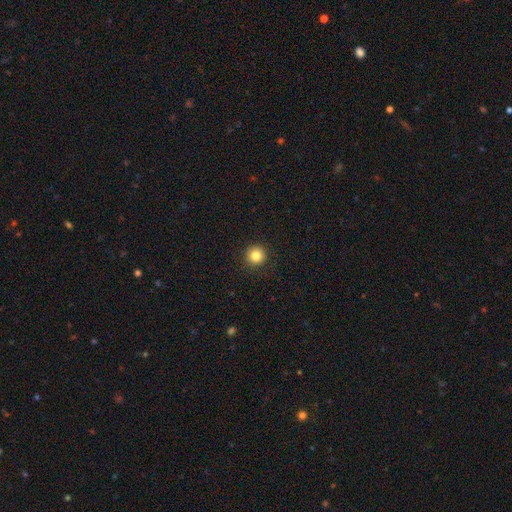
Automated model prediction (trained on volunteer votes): Q: Smooth or featured?
A: smooth (83%); runner-up: star or artifact (11%)
Q: How rounded?
A: round (95%); runner-up: in between (4%)
Q: Merging?
A: none (93%); runner-up: minor disturbance (5%)